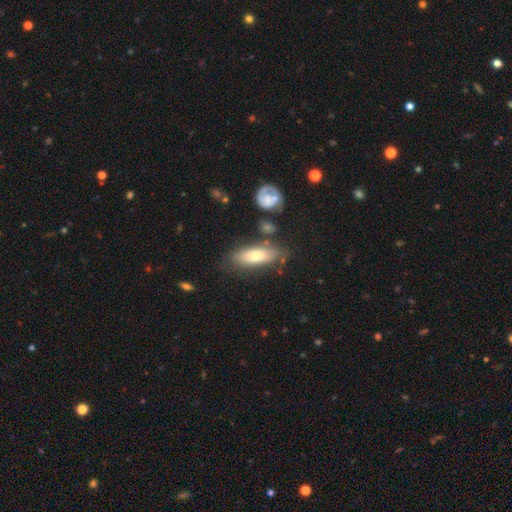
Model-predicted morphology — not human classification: smooth-or-featured: smooth: 73% | featured or disk: 21% | star or artifact: 6%
  how-rounded: in between: 63% | cigar-shaped: 35% | round: 2%
  merging: none: 68% | minor disturbance: 18% | merger: 7% | major disturbance: 6%